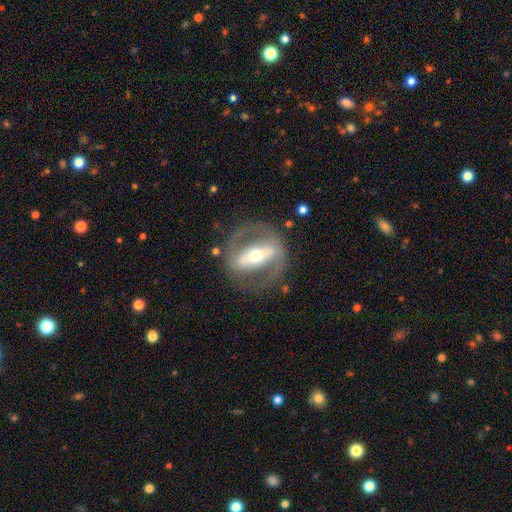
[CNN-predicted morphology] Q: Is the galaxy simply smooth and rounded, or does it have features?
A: featured or disk — 78%.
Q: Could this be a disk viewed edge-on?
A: no — 86%.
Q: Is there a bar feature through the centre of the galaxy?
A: strong — 70%.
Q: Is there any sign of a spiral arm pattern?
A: no — 57%.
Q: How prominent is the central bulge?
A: moderate — 58%.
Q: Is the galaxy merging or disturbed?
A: none — 75%.